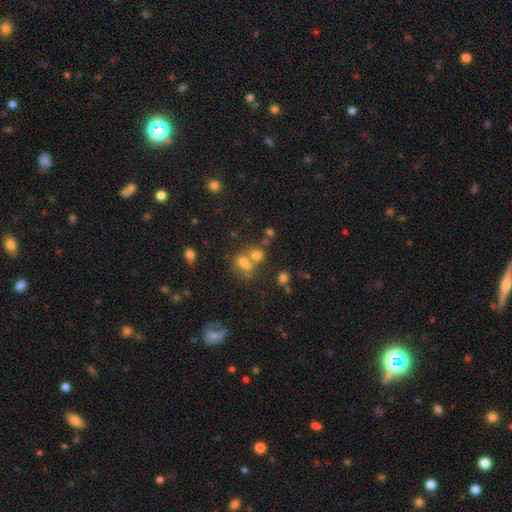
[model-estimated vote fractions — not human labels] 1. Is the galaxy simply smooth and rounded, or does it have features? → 49% smooth, 34% star or artifact, 17% featured or disk.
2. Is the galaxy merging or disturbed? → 44% none, 43% merger, 8% minor disturbance, 5% major disturbance.